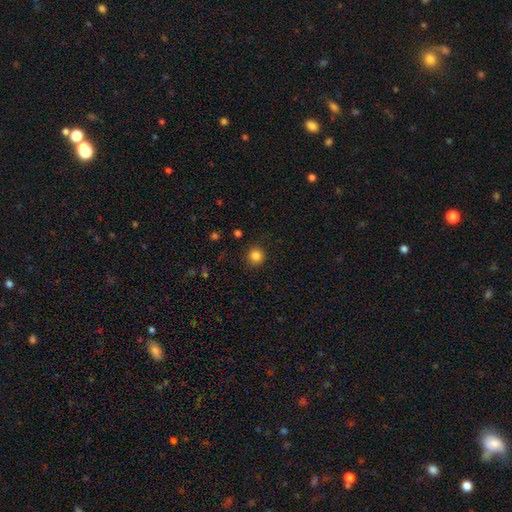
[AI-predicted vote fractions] A smooth galaxy with no disk features (84%) that is round (92%). Merging: none (90%).